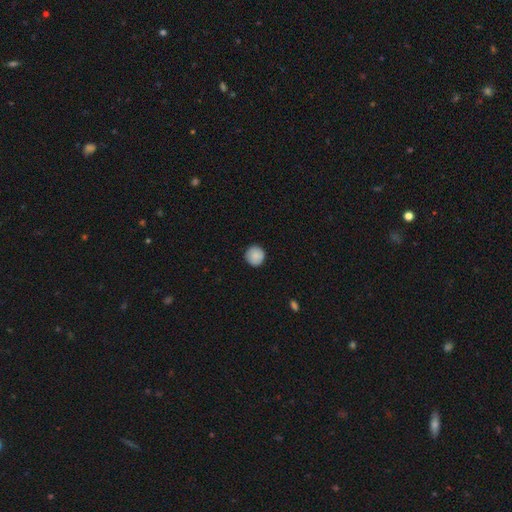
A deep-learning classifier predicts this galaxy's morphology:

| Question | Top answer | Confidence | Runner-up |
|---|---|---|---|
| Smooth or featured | smooth | 87% | star or artifact (7%) |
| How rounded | round | 95% | in between (4%) |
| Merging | none | 89% | minor disturbance (8%) |